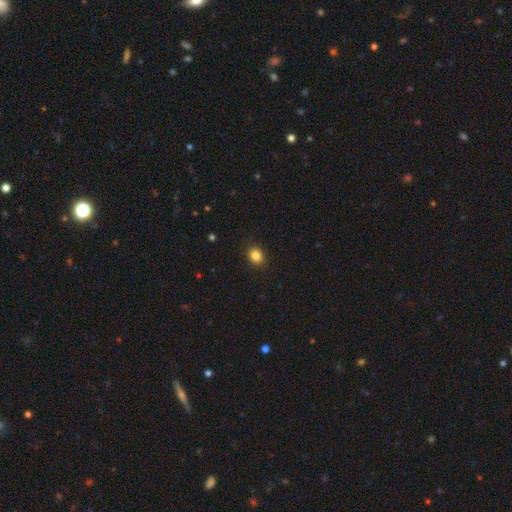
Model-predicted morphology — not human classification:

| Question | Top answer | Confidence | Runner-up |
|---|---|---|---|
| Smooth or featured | smooth | 85% | star or artifact (10%) |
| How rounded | round | 54% | in between (45%) |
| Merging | none | 90% | minor disturbance (7%) |